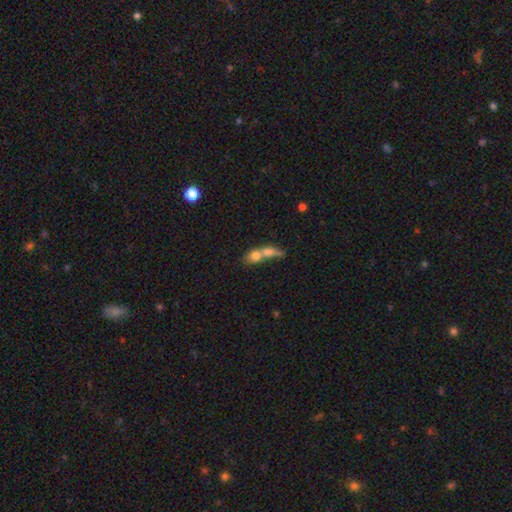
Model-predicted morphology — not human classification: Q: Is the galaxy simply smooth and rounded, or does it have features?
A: smooth — 69%.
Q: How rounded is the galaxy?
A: in between — 49%.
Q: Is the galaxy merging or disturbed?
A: merger — 77%.